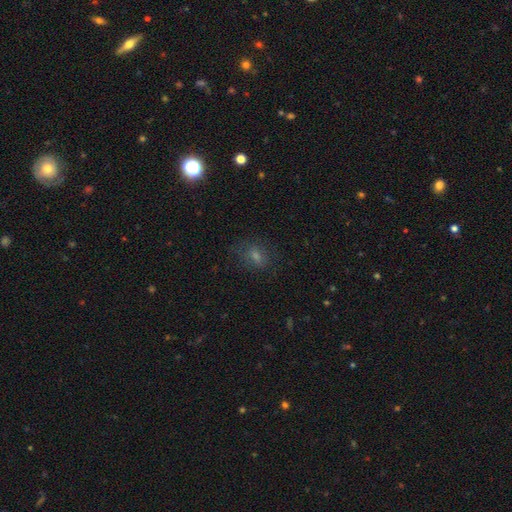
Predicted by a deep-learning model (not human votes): A smooth galaxy with no disk features (54%) that is in between round and cigar-shaped (53%).

Vote fractions:
- Smooth or featured? smooth: 54% / star or artifact: 31% / featured or disk: 16%
- How rounded? in between: 53% / round: 45% / cigar-shaped: 2%
- Merging? none: 75% / minor disturbance: 16% / major disturbance: 8% / merger: 2%